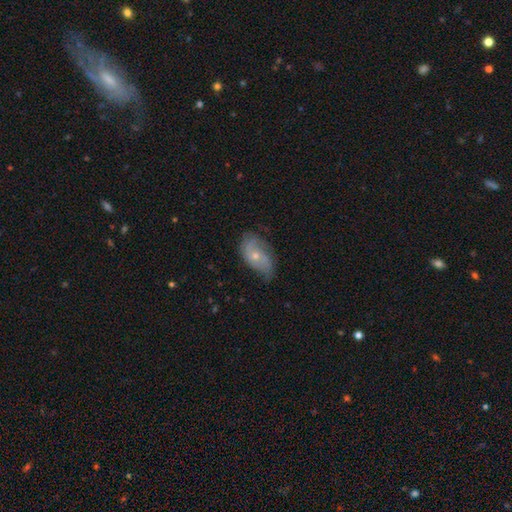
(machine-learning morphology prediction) A featured or disk galaxy (59%) with no bar (76%), spiral arms (82%) and a small central bulge (60%). Merging: none (55%).